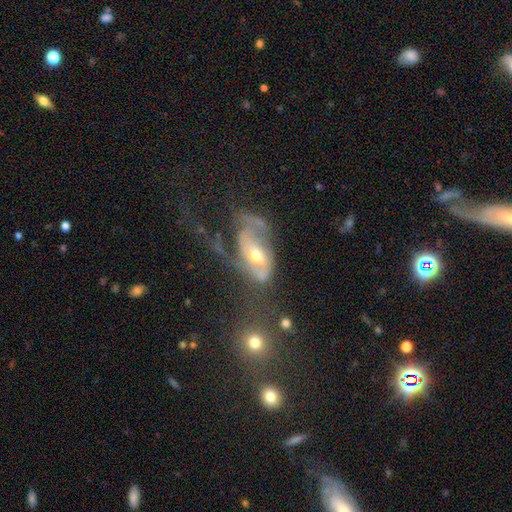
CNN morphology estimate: A featured or disk galaxy (71%) with no bar (54%), spiral arms (70%) and a moderate central bulge (61%). Merging: major disturbance (49%).